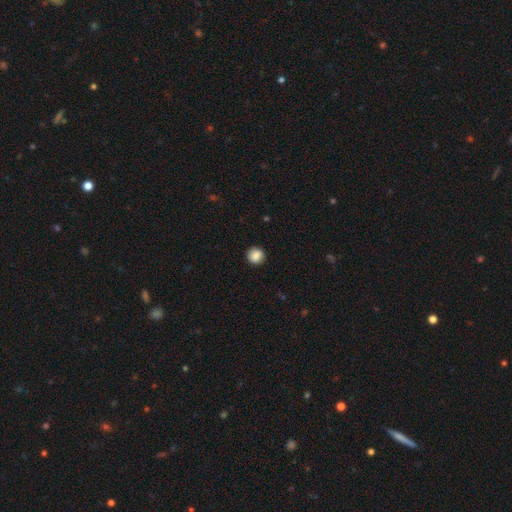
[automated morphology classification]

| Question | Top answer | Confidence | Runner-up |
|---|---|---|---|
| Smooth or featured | smooth | 86% | star or artifact (9%) |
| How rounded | round | 90% | in between (9%) |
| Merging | none | 90% | minor disturbance (7%) |